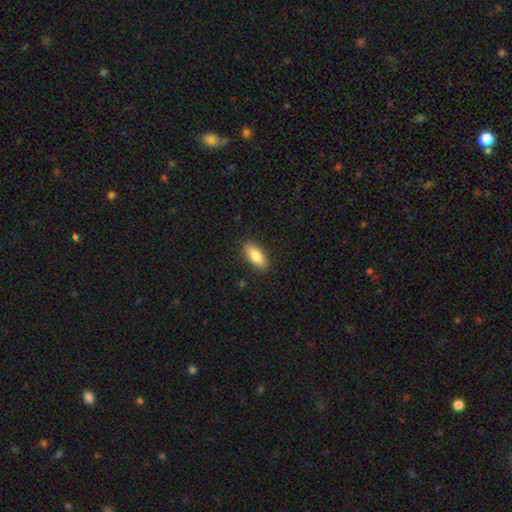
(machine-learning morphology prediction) Smooth or featured?
  - smooth: 80% *
  - featured or disk: 13%
  - star or artifact: 6%
How rounded?
  - in between: 77% *
  - cigar-shaped: 21%
  - round: 2%
Merging?
  - none: 89% *
  - minor disturbance: 8%
  - major disturbance: 2%
  - merger: 1%